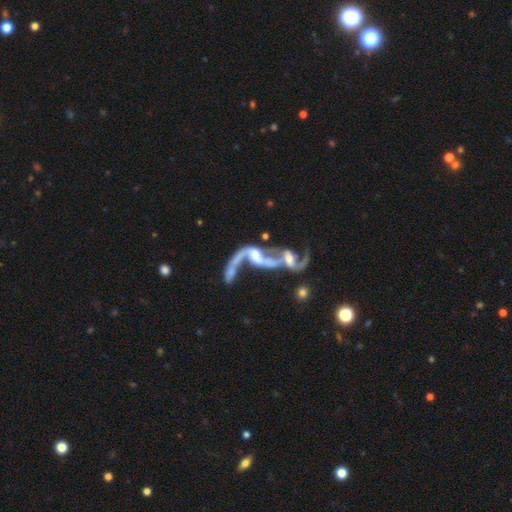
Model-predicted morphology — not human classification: Q: Smooth or featured?
A: featured or disk (78%); runner-up: smooth (12%)
Q: Edge-on disk?
A: no (93%); runner-up: yes (7%)
Q: Bar?
A: no (50%); runner-up: weak (32%)
Q: Spiral arms?
A: yes (76%); runner-up: no (24%)
Q: Spiral winding?
A: loose (88%); runner-up: medium (9%)
Q: Spiral arm count?
A: 2 (74%); runner-up: 1 (15%)
Q: Bulge size?
A: moderate (36%); runner-up: small (28%)
Q: Merging?
A: merger (71%); runner-up: major disturbance (14%)